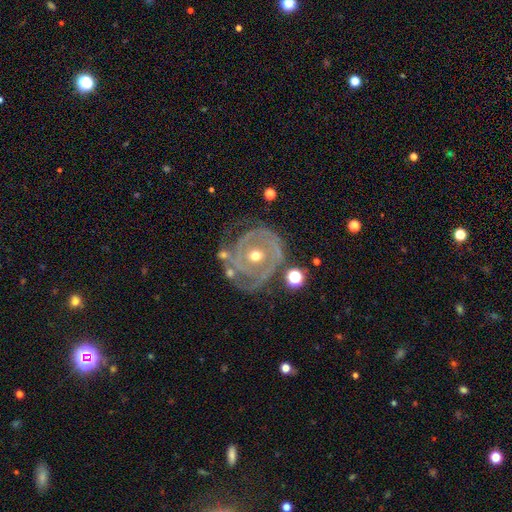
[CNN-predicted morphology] featured or disk 89%, smooth 6%, star or artifact 5%. Down the decision tree: edge-on disk — no (97%); bar — no (75%); spiral arms — yes (94%); spiral arm count — 2 (31%); spiral winding — tight (75%); bulge size — moderate (64%); merging — none (65%).